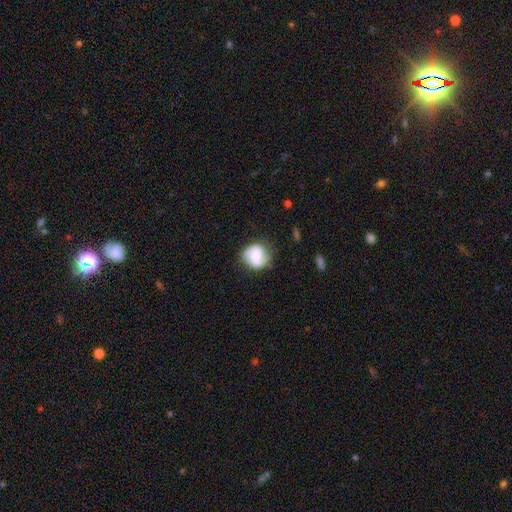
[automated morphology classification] smooth-or-featured: featured or disk: 49% | smooth: 43% | star or artifact: 8%
  merging: none: 73% | minor disturbance: 19% | major disturbance: 7% | merger: 2%